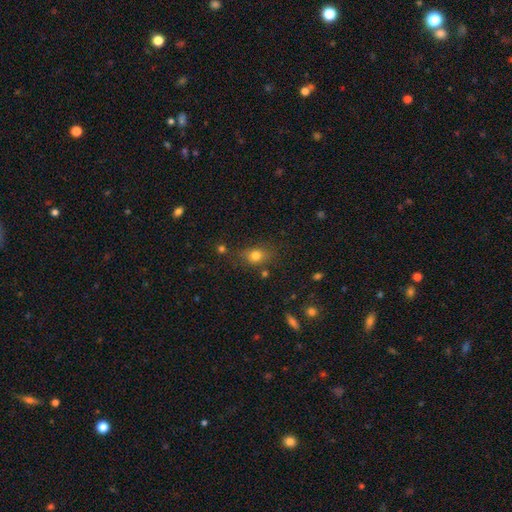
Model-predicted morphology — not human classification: This is likely a smooth galaxy (78%). How rounded: possibly in between (55%). Merging: likely none (71%).